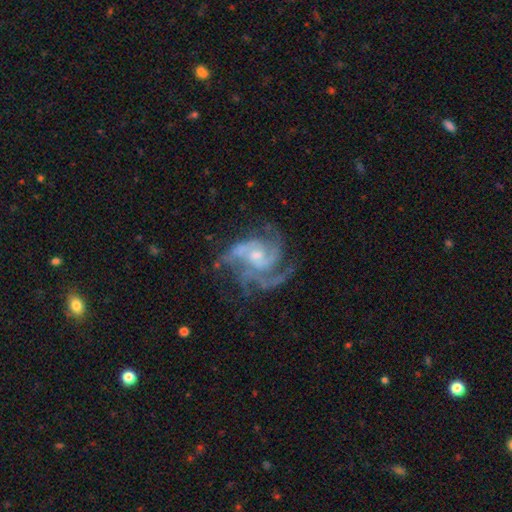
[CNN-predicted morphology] smooth_or_featured: featured or disk (p=0.90) [alt: star or artifact p=0.06]
disk_edge_on: no (p=0.98) [alt: yes p=0.02]
bar: no (p=0.64) [alt: weak p=0.30]
has_spiral_arms: yes (p=0.97) [alt: no p=0.03]
spiral_winding: medium (p=0.47) [alt: tight p=0.43]
spiral_arm_count: 3 (p=0.47) [alt: 4 p=0.19]
bulge_size: small (p=0.57) [alt: moderate p=0.36]
merging: none (p=0.60) [alt: minor disturbance p=0.19]